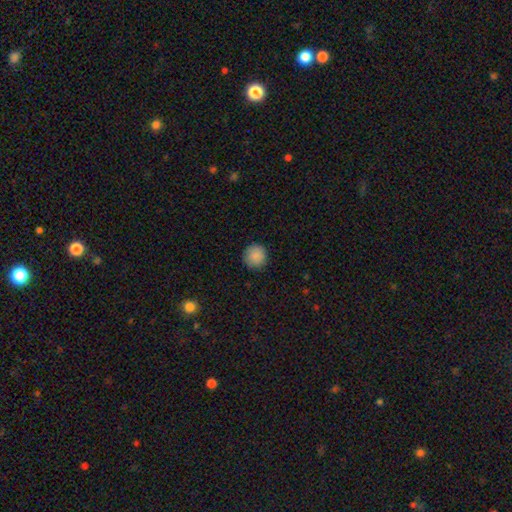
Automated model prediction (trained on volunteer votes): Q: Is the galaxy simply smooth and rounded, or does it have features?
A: smooth — 88%.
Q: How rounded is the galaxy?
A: round — 95%.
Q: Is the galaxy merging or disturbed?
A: none — 90%.